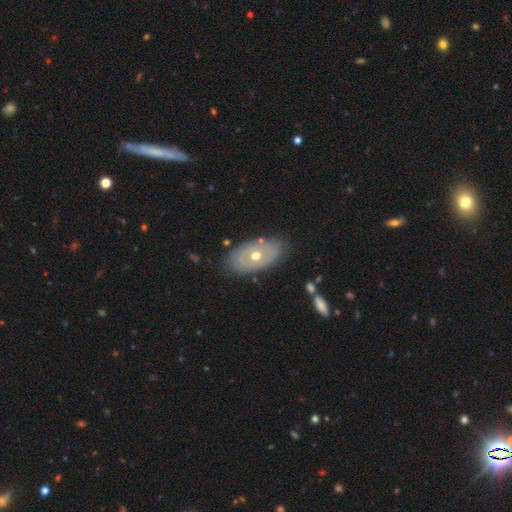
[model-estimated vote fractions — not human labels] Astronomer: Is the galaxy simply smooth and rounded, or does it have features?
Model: featured or disk — 63%.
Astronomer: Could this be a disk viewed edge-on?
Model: no — 90%.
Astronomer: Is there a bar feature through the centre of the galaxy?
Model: no — 90%.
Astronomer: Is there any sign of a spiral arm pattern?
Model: no — 75%.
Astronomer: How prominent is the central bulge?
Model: moderate — 73%.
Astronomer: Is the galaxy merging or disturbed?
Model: none — 80%.